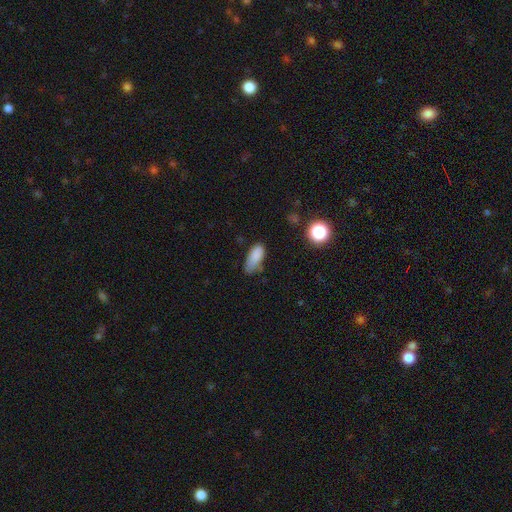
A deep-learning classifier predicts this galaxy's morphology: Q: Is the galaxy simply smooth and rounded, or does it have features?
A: smooth — 83%.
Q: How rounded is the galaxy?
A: in between — 81%.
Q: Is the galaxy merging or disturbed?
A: none — 50%.